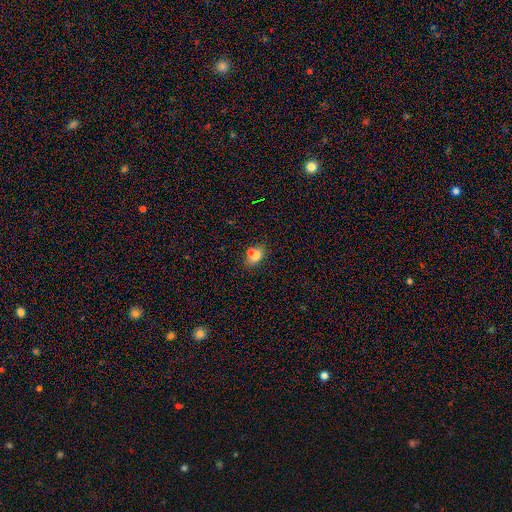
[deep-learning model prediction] smooth-or-featured: smooth: 66% | featured or disk: 17% | star or artifact: 16%
  how-rounded: in between: 54% | round: 43% | cigar-shaped: 2%
  merging: none: 49% | merger: 35% | minor disturbance: 11% | major disturbance: 5%